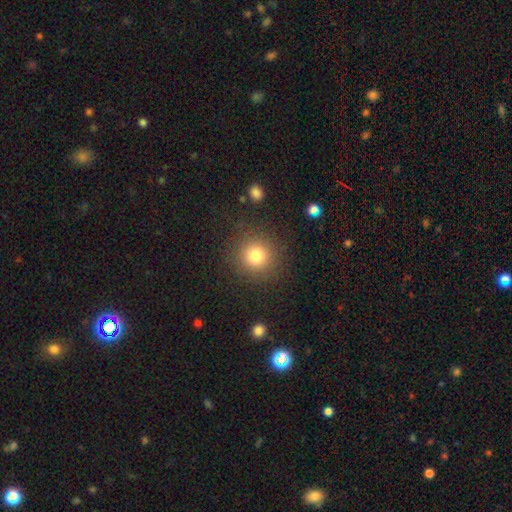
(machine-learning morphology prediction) Overall: smooth (80%). How rounded: round (93%). Merging: none (88%).